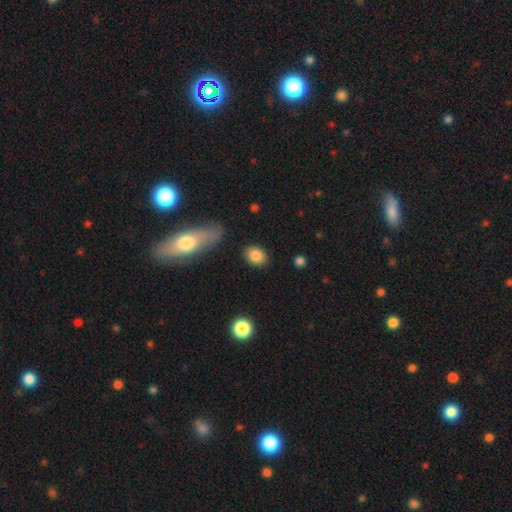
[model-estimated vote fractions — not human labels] smooth_or_featured: smooth (p=0.85) [alt: star or artifact p=0.08]
how_rounded: in between (p=0.68) [alt: round p=0.30]
merging: none (p=0.85) [alt: minor disturbance p=0.09]